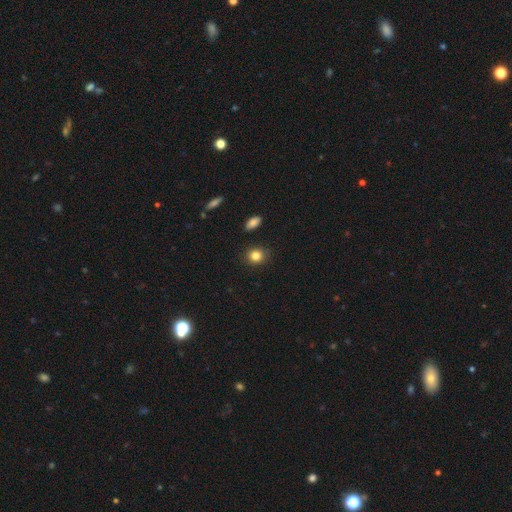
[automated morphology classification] Smooth or featured? smooth (84%)
How rounded? round (73%)
Merging? none (85%)